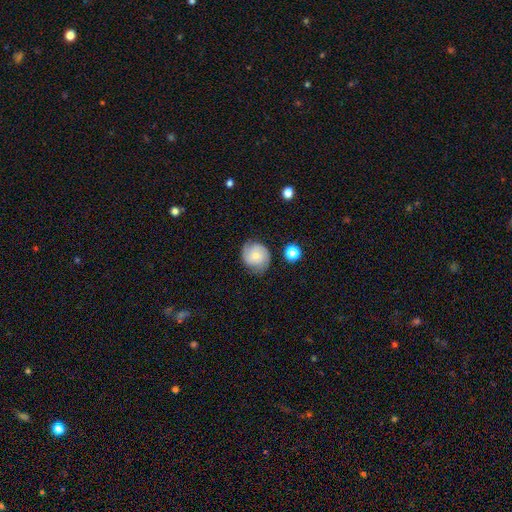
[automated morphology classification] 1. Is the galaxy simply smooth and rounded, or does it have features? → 50% featured or disk, 42% smooth, 9% star or artifact.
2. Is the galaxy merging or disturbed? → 71% none, 20% minor disturbance, 6% major disturbance, 2% merger.